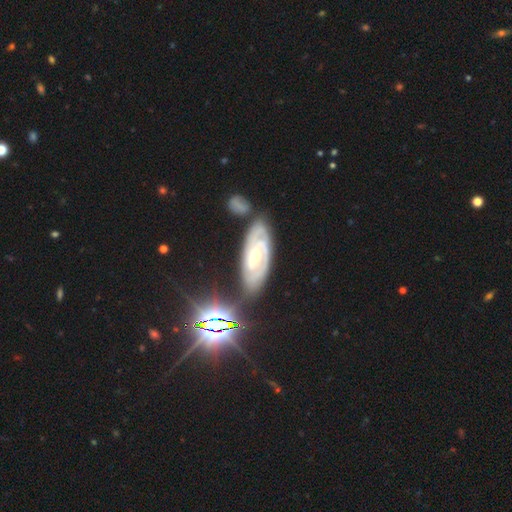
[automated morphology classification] Smooth or featured? featured or disk (83%)
Edge-on disk? no (92%)
Bar? no (53%)
Spiral arms? yes (94%)
Spiral winding? tight (73%)
Spiral arm count? 2 (42%)
Bulge size? moderate (58%)
Merging? none (73%)